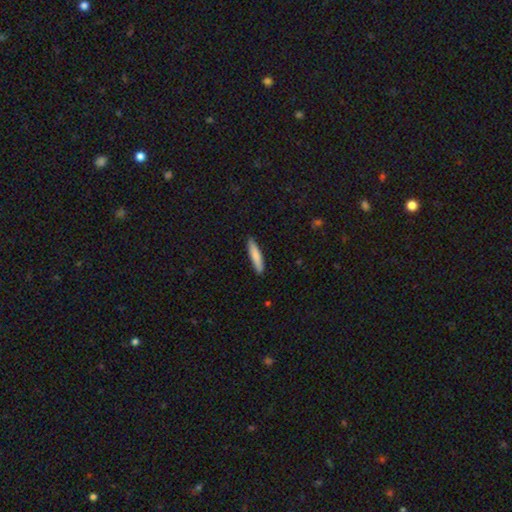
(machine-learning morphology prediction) smooth 81%, featured or disk 13%, star or artifact 5%. Down the decision tree: how rounded — cigar-shaped (88%); merging — none (88%).